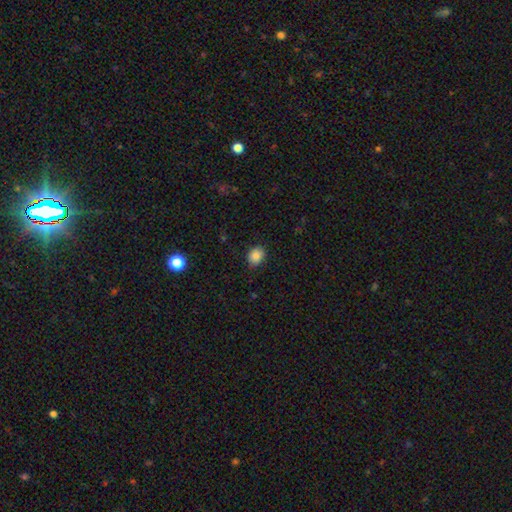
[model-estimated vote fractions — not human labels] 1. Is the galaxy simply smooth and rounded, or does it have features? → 86% smooth, 10% star or artifact, 5% featured or disk.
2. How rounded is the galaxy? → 54% round, 45% in between, 1% cigar-shaped.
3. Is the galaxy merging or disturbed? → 83% none, 13% minor disturbance, 3% major disturbance, 1% merger.